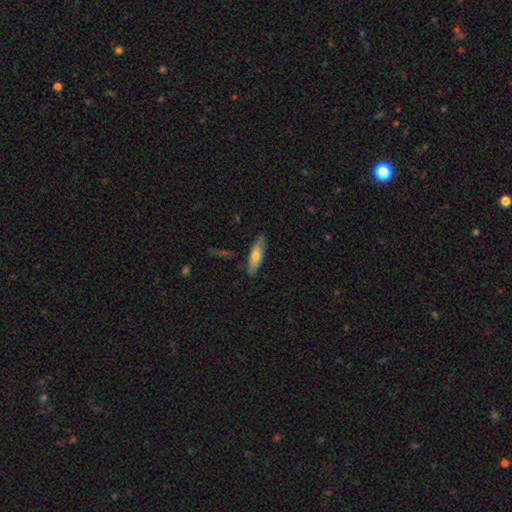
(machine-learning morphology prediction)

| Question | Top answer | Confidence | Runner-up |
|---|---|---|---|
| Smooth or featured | smooth | 68% | featured or disk (26%) |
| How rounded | cigar-shaped | 51% | in between (47%) |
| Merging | none | 83% | minor disturbance (13%) |